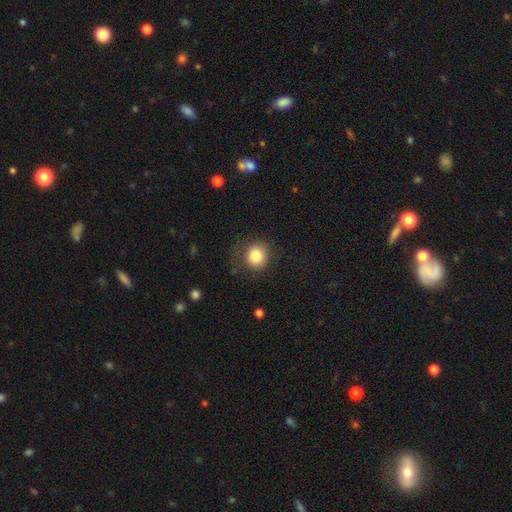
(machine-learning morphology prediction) Overall: smooth (83%). How rounded: round (87%). Merging: none (76%).